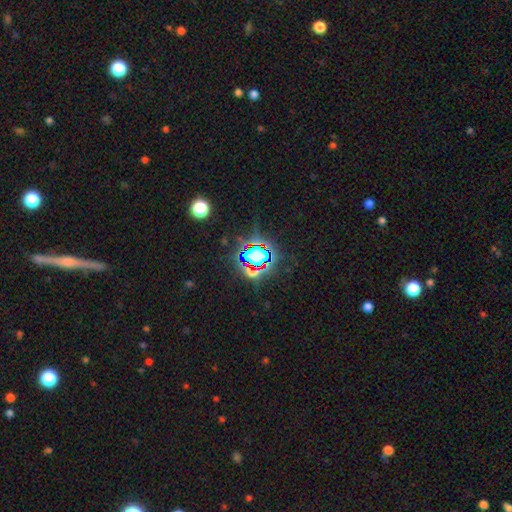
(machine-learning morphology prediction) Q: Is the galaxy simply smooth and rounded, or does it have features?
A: star or artifact — 69%.